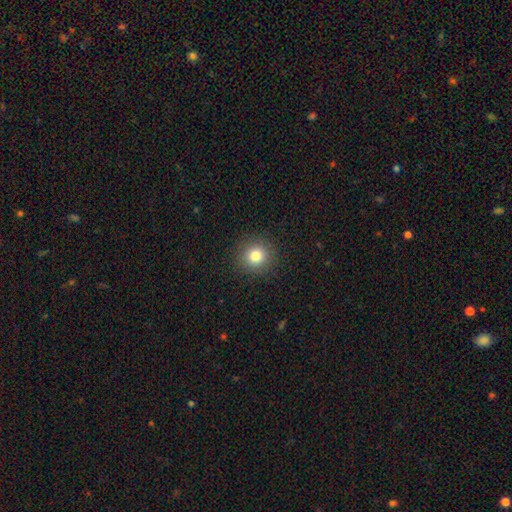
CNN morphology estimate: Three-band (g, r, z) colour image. It shows a smooth galaxy with no disk features (81%) that is round (90%). Merging: none (90%).